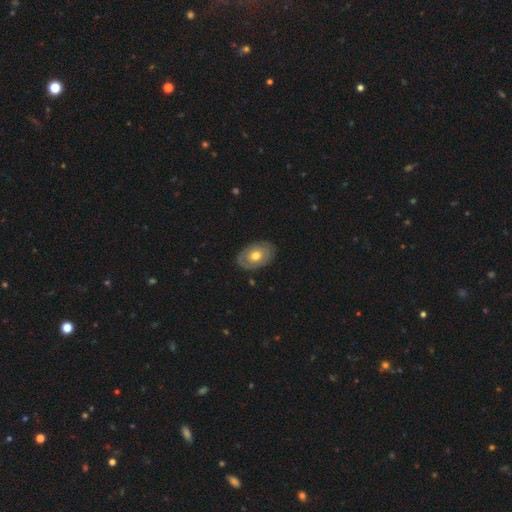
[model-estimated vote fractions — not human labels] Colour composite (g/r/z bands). It shows a smooth galaxy with no disk features (52%) that is in between round and cigar-shaped (85%). Merging: none (83%).